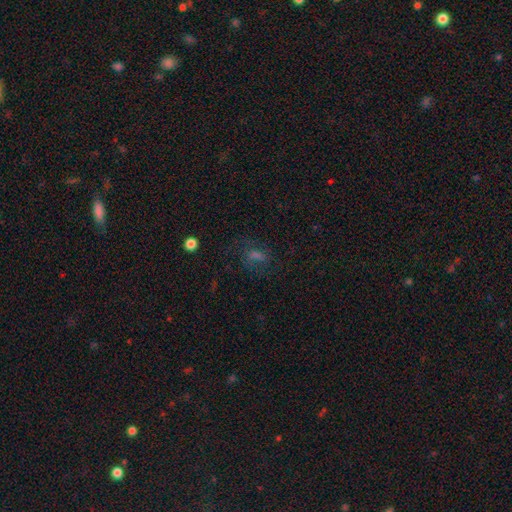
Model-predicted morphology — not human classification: Smooth or featured? smooth (42%)
Merging? none (64%)